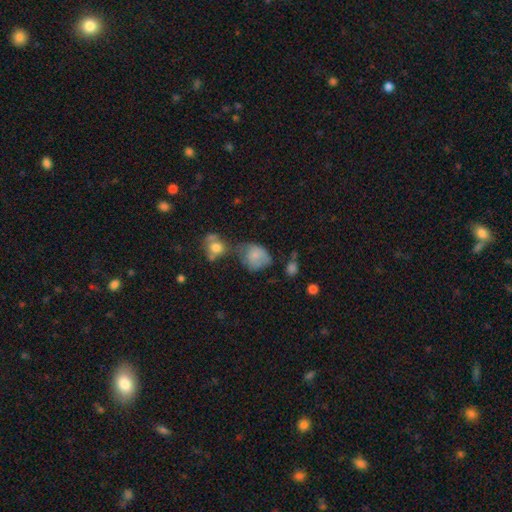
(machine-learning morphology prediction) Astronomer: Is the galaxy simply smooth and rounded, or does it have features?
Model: smooth — 72%.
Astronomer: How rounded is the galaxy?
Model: round — 55% (runner-up: in between, 44%).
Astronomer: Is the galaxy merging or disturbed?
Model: none — 29% (runner-up: merger, 27%).